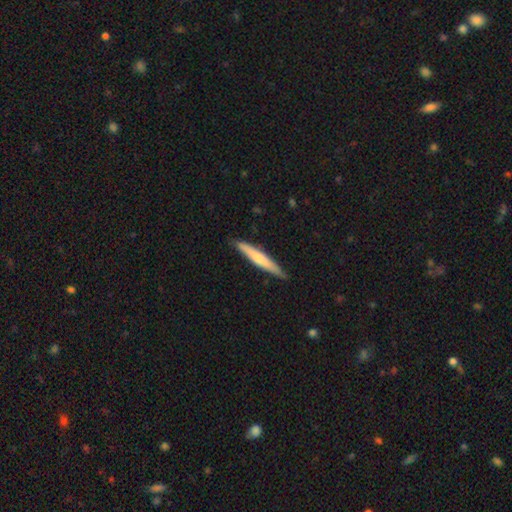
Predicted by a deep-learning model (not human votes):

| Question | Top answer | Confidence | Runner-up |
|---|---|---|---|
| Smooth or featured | smooth | 51% | featured or disk (43%) |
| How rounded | cigar-shaped | 94% | in between (5%) |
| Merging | none | 90% | minor disturbance (8%) |